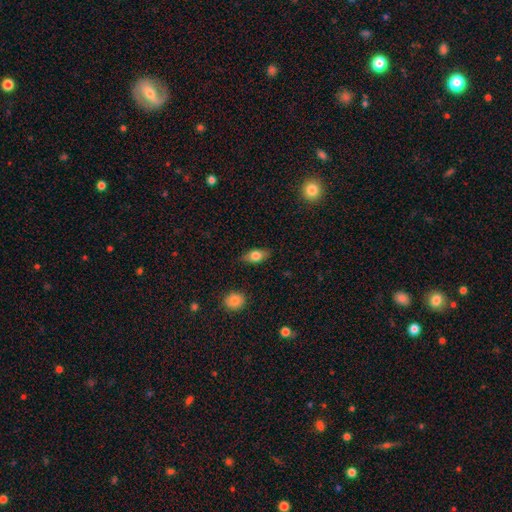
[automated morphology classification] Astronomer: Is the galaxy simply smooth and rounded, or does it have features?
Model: smooth — 69%.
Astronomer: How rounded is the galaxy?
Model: in between — 80%.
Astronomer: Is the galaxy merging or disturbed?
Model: none — 82%.